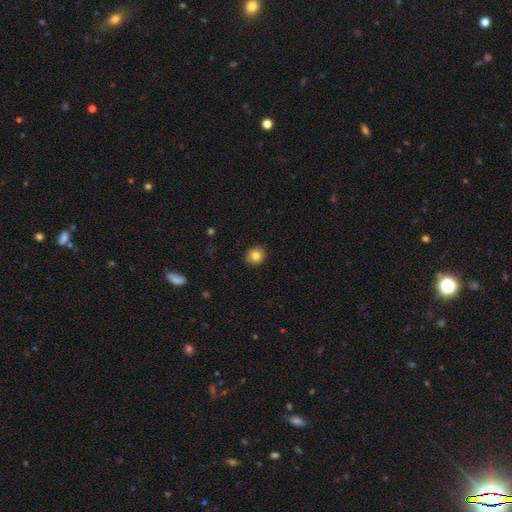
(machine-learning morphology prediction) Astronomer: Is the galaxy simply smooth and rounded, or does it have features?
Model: smooth — 82%.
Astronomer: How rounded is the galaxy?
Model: round — 78%.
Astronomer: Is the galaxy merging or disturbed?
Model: none — 90%.